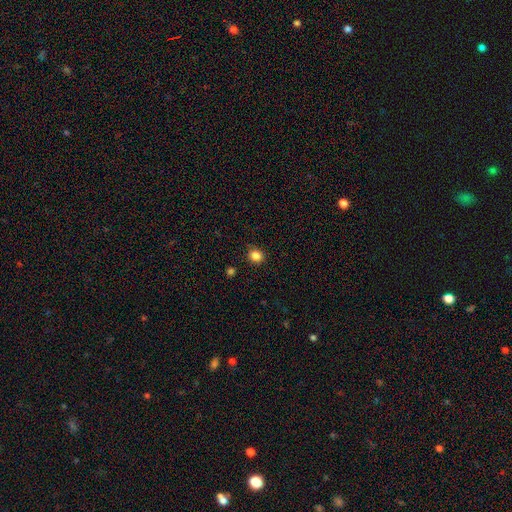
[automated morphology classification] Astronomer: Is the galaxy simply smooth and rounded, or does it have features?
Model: smooth — 85%.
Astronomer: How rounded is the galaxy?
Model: round — 80%.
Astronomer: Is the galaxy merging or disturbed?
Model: none — 88%.